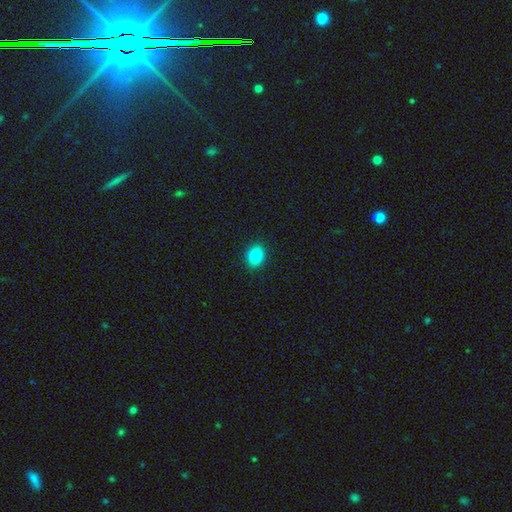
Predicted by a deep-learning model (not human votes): Smooth or featured? smooth (84%)
How rounded? round (51%)
Merging? none (90%)